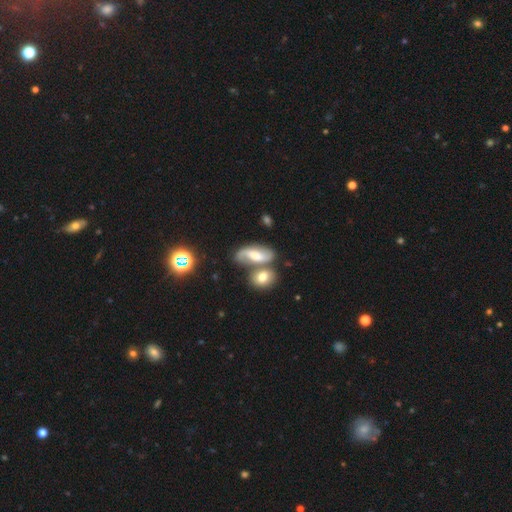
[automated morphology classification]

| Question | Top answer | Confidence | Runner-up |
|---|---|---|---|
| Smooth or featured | featured or disk | 62% | smooth (29%) |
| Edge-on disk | no | 91% | yes (9%) |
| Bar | weak | 41% | no (37%) |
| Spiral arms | yes | 88% | no (12%) |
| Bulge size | moderate | 63% | small (22%) |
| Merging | none | 47% | merger (35%) |